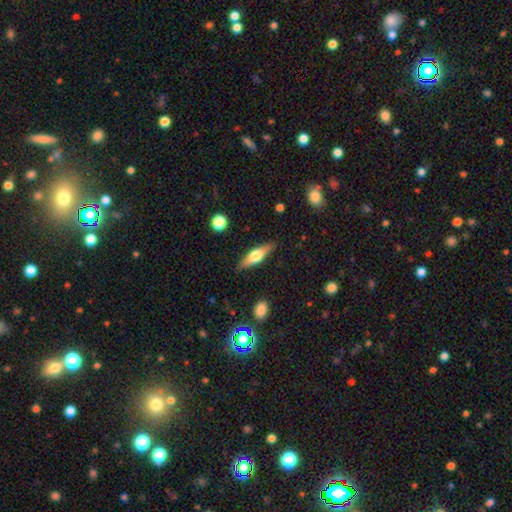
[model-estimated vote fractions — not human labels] Smooth or featured? featured or disk (51%)
Edge-on disk? yes (93%)
Merging? none (87%)